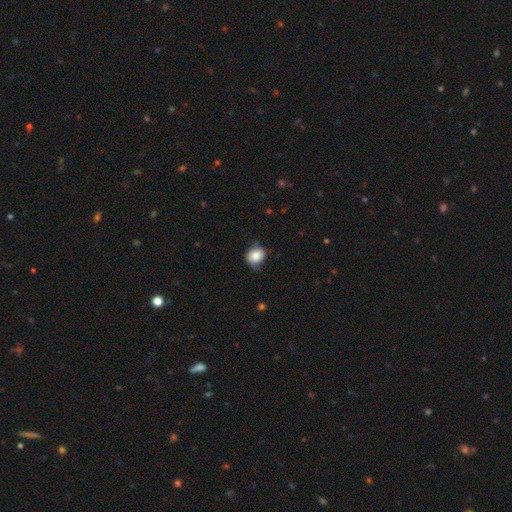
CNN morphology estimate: Overall: smooth (82%). How rounded: round (68%; in between 31%). Merging: none (61%; minor disturbance 30%).